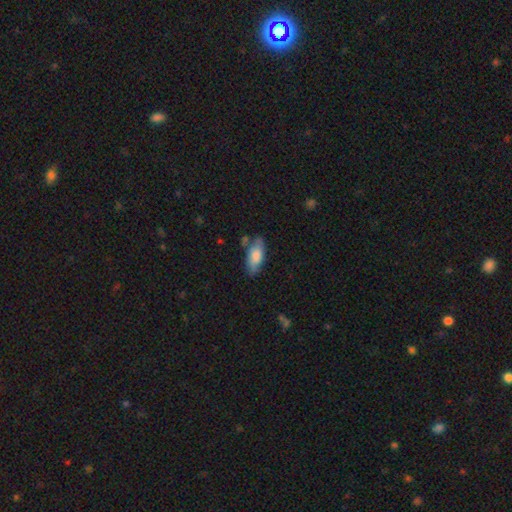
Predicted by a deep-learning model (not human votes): Smooth or featured?
  - smooth: 71% *
  - featured or disk: 23%
  - star or artifact: 6%
How rounded?
  - in between: 80% *
  - cigar-shaped: 17%
  - round: 2%
Merging?
  - none: 66% *
  - minor disturbance: 22%
  - merger: 7%
  - major disturbance: 5%